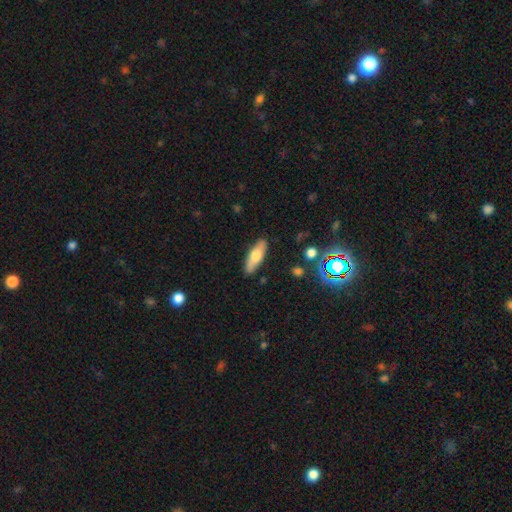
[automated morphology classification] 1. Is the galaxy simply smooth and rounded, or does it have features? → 62% smooth, 31% featured or disk, 7% star or artifact.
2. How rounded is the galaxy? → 55% in between, 42% cigar-shaped, 3% round.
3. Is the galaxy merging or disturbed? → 87% none, 9% minor disturbance, 2% major disturbance, 1% merger.